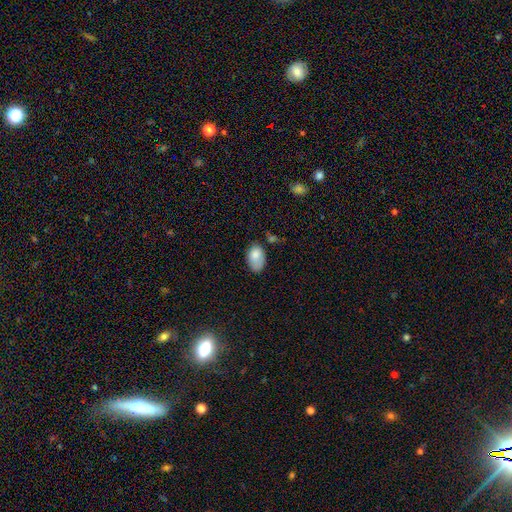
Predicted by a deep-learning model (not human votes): A smooth galaxy with no disk features (81%) that is in between round and cigar-shaped (89%). Merging: none (45%).